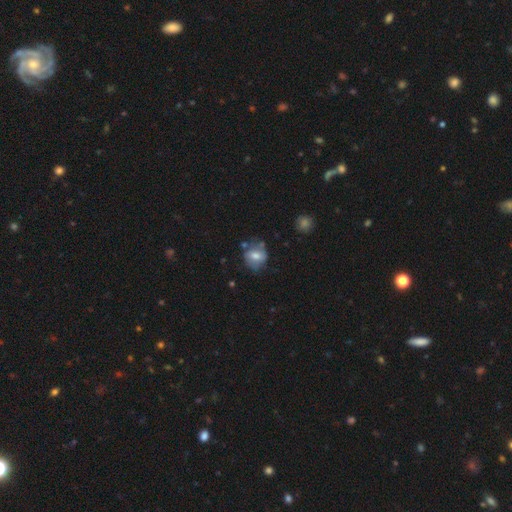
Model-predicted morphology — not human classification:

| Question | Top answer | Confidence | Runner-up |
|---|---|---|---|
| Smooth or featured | smooth | 58% | featured or disk (32%) |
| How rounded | round | 62% | in between (36%) |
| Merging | none | 60% | minor disturbance (25%) |